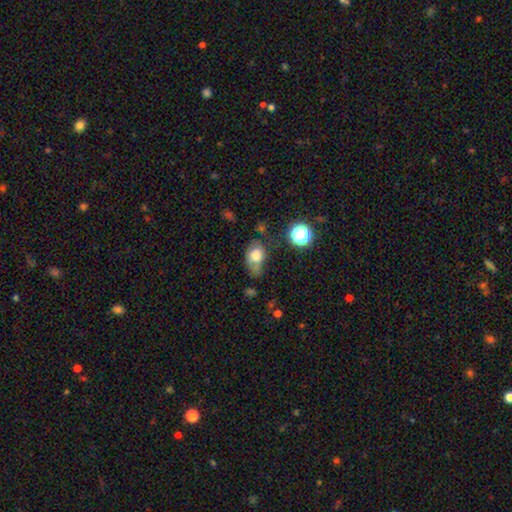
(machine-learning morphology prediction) Q: Smooth or featured?
A: smooth (70%); runner-up: featured or disk (17%)
Q: How rounded?
A: in between (68%); runner-up: round (30%)
Q: Merging?
A: none (36%); runner-up: minor disturbance (30%)